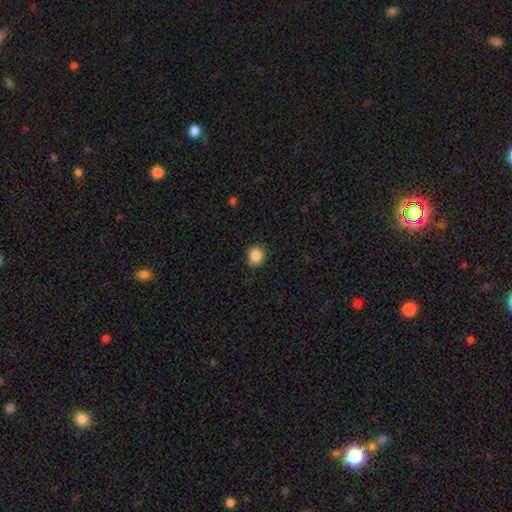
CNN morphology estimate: type=smooth (87%); roundness=round (81%); merging=none (86%).